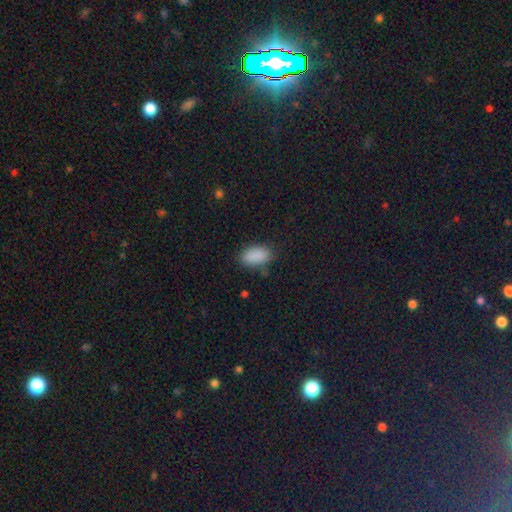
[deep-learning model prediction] Q: Smooth or featured?
A: smooth (88%); runner-up: star or artifact (8%)
Q: How rounded?
A: in between (92%); runner-up: round (4%)
Q: Merging?
A: none (79%); runner-up: minor disturbance (14%)